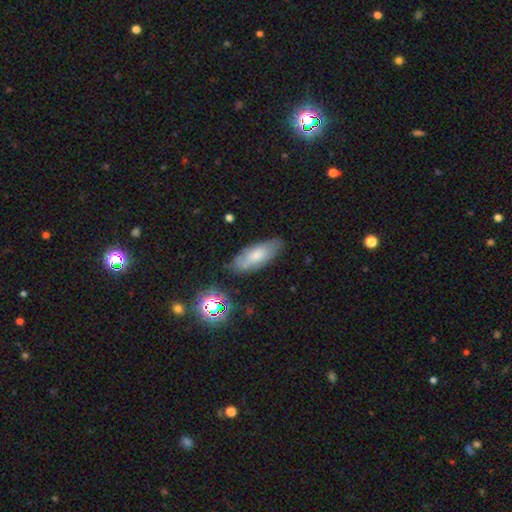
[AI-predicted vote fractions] Morphology: type=smooth (60%); roundness=in between (77%); merging=none (73%).